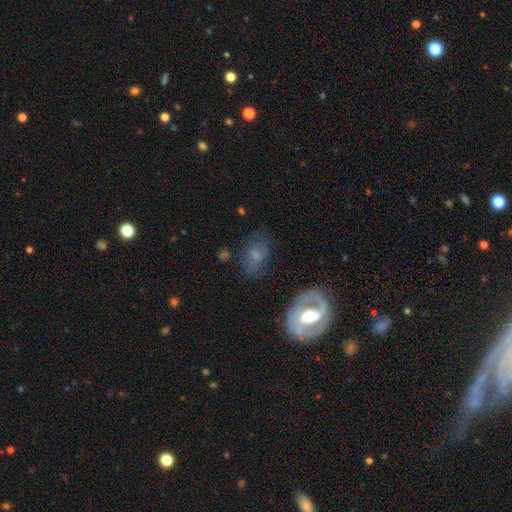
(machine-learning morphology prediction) A smooth galaxy with no disk features (47%). Merging: none (65%).